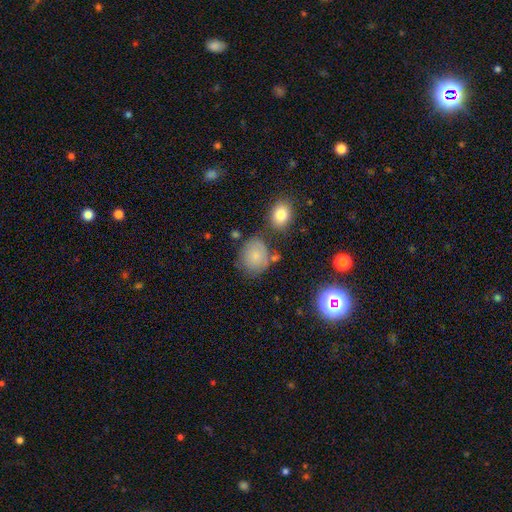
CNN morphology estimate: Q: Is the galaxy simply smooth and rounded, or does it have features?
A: smooth — 71%.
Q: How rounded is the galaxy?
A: round — 63%.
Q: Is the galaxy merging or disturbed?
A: none — 63%.